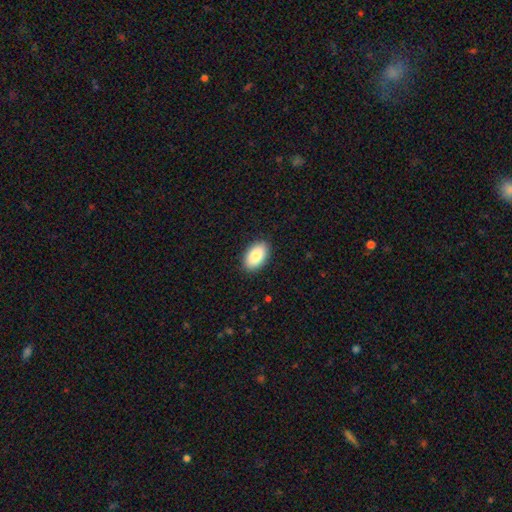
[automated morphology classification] A smooth galaxy with no disk features (87%) that is in between round and cigar-shaped (94%).

Vote fractions:
- Smooth or featured? smooth: 87% / featured or disk: 6% / star or artifact: 6%
- How rounded? in between: 94% / round: 4% / cigar-shaped: 1%
- Merging? none: 89% / minor disturbance: 8% / major disturbance: 2% / merger: 1%